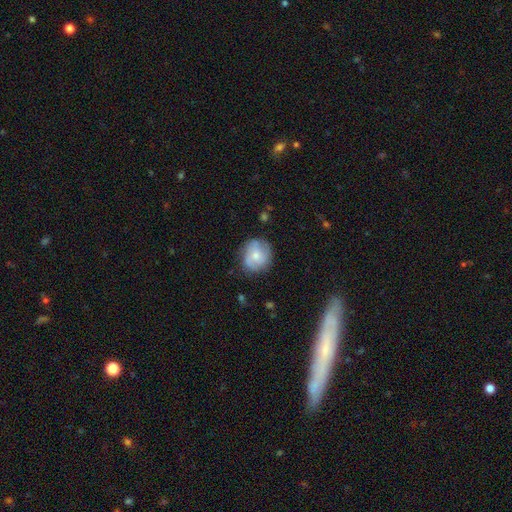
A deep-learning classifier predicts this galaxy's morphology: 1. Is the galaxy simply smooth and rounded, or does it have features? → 50% smooth, 43% featured or disk, 7% star or artifact.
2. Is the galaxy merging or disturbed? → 72% none, 20% minor disturbance, 6% major disturbance, 2% merger.